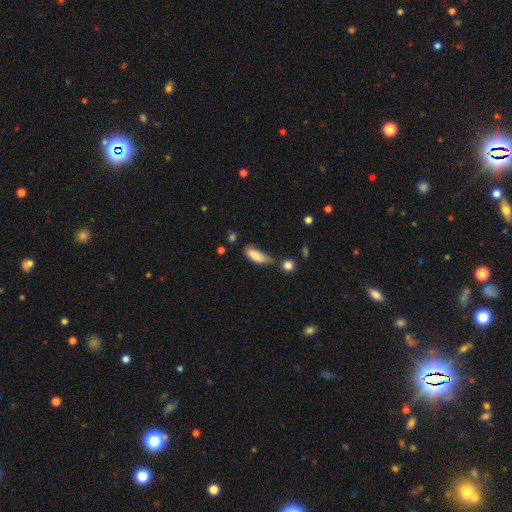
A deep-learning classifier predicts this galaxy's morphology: Smooth or featured? smooth (79%)
How rounded? in between (72%)
Merging? minor disturbance (36%)